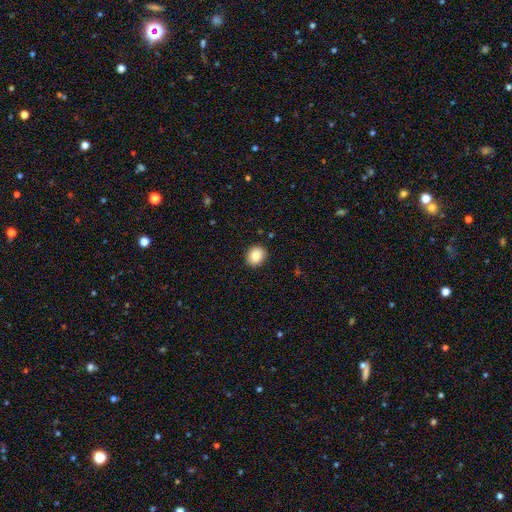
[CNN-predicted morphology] Overall: smooth (86%). How rounded: round (66%; in between 33%). Merging: none (90%).